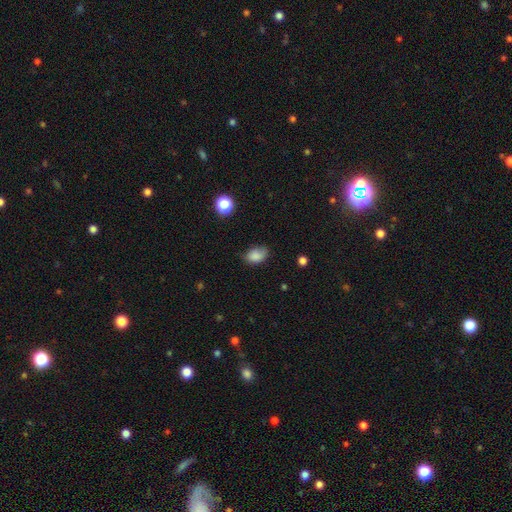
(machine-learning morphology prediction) The model was most divided on "merging": none: 66%, minor disturbance: 27%, major disturbance: 6%, merger: 2%. More confident: smooth or featured — smooth (85%); how rounded — in between (84%).